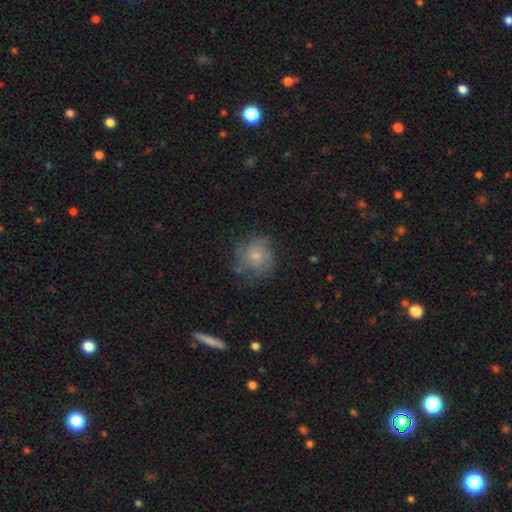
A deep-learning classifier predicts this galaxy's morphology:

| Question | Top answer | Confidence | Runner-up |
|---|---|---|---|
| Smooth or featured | smooth | 58% | featured or disk (32%) |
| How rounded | round | 86% | in between (13%) |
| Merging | none | 64% | minor disturbance (23%) |